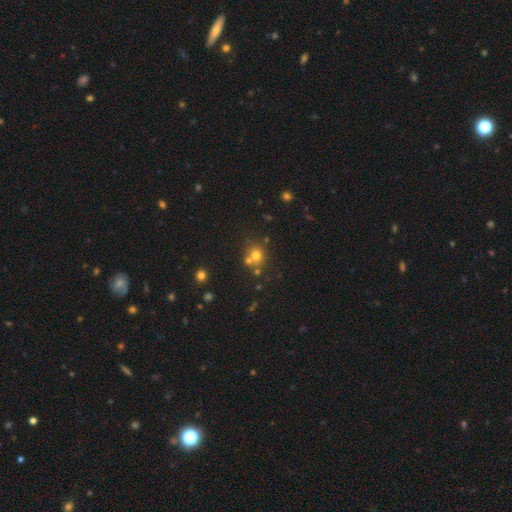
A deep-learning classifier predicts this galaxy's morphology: Smooth or featured? Predicted: smooth (p=0.68). How rounded? Predicted: round (p=0.82). Merging? Predicted: none (p=0.54).